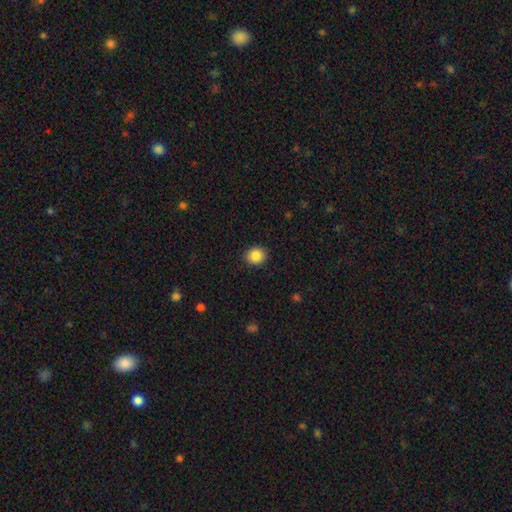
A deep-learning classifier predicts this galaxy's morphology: type=smooth (86%); roundness=round (82%); merging=none (91%).